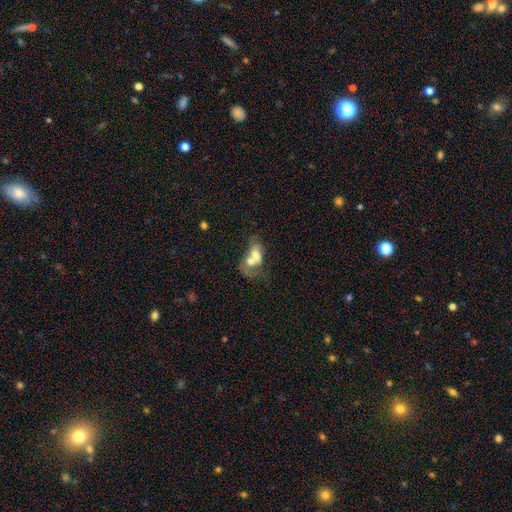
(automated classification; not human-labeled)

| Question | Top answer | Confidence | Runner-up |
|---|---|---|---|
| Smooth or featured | smooth | 54% | featured or disk (37%) |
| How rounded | in between | 76% | round (21%) |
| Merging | merger | 73% | major disturbance (10%) |